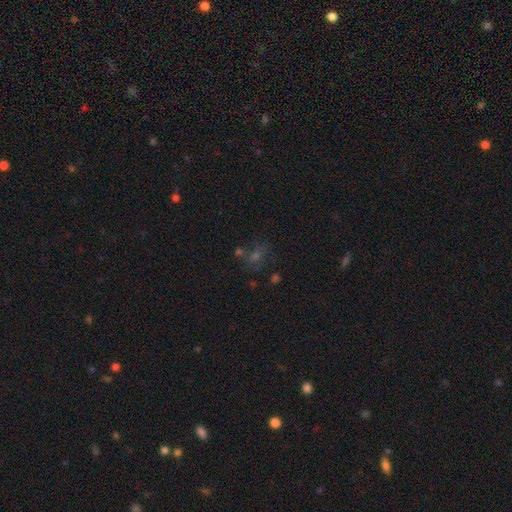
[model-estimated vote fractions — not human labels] Overall: star or artifact (45%; smooth 34%).